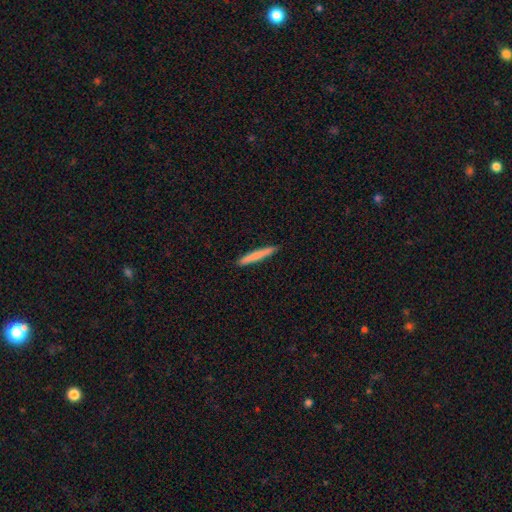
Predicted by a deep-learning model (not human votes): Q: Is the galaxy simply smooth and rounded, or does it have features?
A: smooth — 77%.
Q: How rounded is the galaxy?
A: cigar-shaped — 96%.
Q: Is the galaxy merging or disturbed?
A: none — 91%.